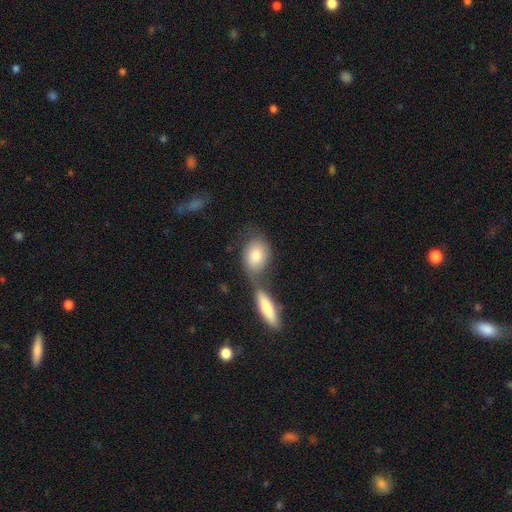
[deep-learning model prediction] smooth 75%, featured or disk 19%, star or artifact 6%. Down the decision tree: how rounded — in between (73%); merging — merger (46%).